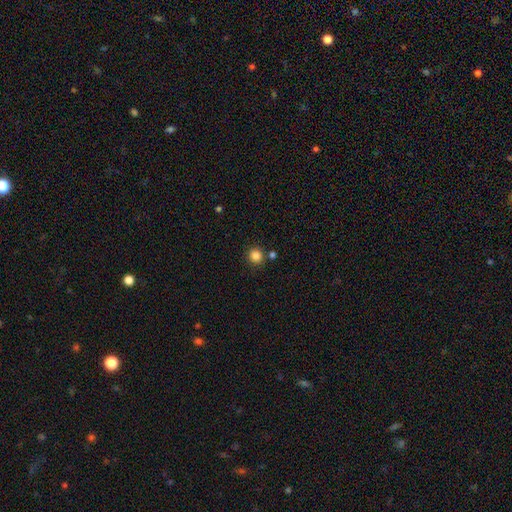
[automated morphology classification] The model was most divided on "smooth or featured": smooth: 85%, star or artifact: 12%, featured or disk: 4%. More confident: how rounded — round (91%); merging — none (83%).